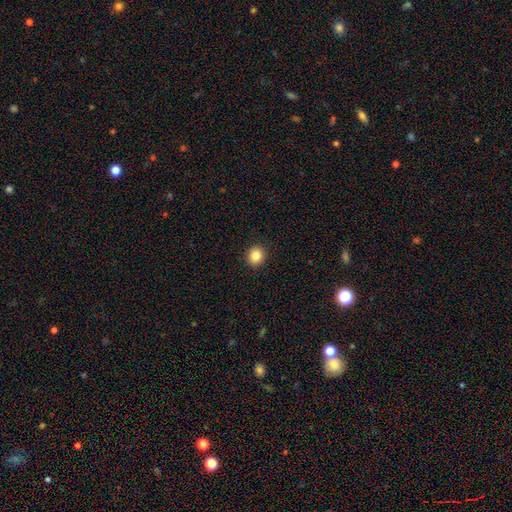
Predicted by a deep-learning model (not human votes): Morphology: type=smooth (86%); roundness=round (83%); merging=none (92%).